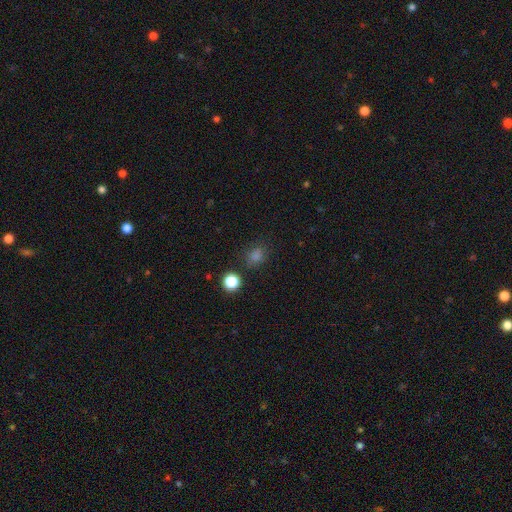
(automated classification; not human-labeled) This appears to be a smooth galaxy with no disk features (74%) that is round (55%). Merging: none (79%).